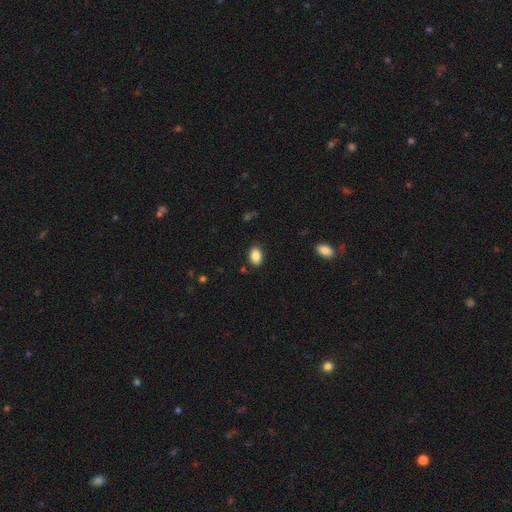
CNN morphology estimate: smooth 87%, star or artifact 8%, featured or disk 5%. Down the decision tree: how rounded — in between (86%); merging — none (87%).